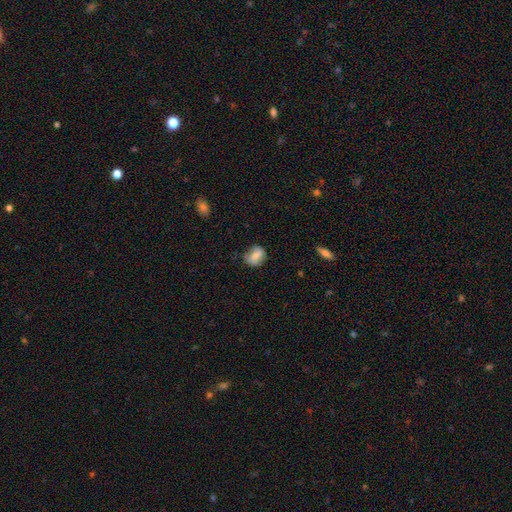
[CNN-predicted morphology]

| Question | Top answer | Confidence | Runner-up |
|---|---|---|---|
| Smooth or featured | smooth | 69% | featured or disk (22%) |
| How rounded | round | 50% | in between (49%) |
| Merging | none | 67% | minor disturbance (24%) |